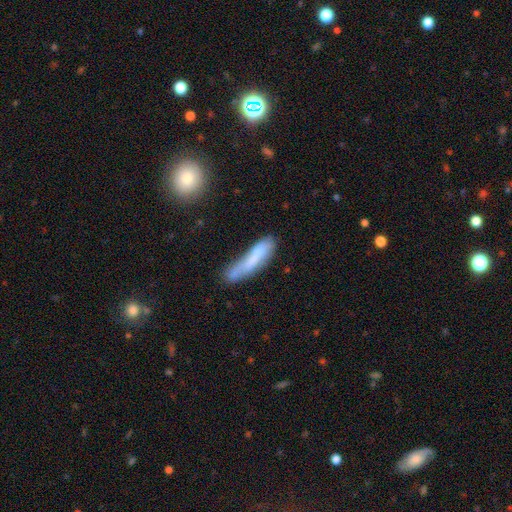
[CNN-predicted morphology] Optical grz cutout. It shows a smooth galaxy with no disk features (64%) that is cigar-shaped (84%). Merging: none (45%).